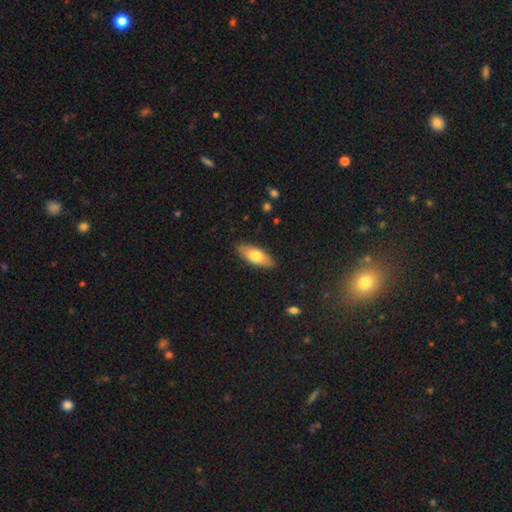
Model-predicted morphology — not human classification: Smooth or featured? smooth (68%)
How rounded? in between (74%)
Merging? none (88%)